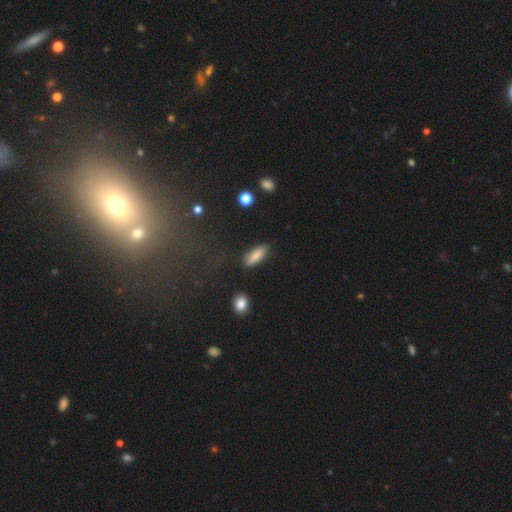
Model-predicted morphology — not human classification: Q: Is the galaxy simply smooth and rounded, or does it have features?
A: smooth — 83%.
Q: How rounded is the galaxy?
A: in between — 59%.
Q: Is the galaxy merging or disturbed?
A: none — 83%.